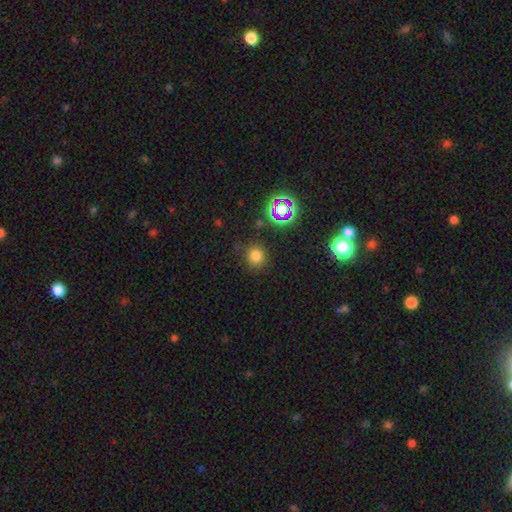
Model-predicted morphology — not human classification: Overall: smooth (74%). How rounded: round (89%). Merging: none (83%).